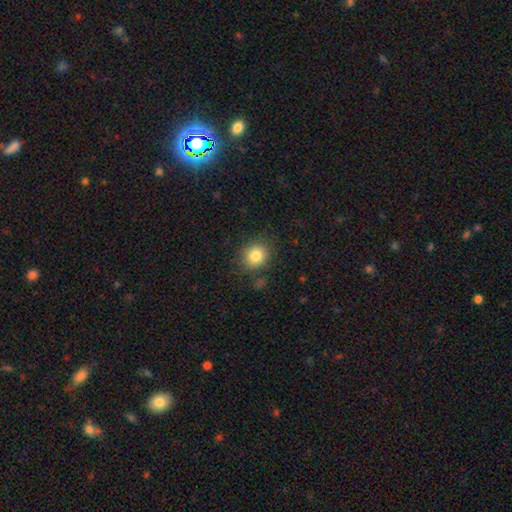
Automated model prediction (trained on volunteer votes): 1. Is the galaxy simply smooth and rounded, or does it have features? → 83% smooth, 10% star or artifact, 7% featured or disk.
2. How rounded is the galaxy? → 73% round, 26% in between, 1% cigar-shaped.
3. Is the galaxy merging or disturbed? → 82% none, 11% minor disturbance, 4% major disturbance, 3% merger.